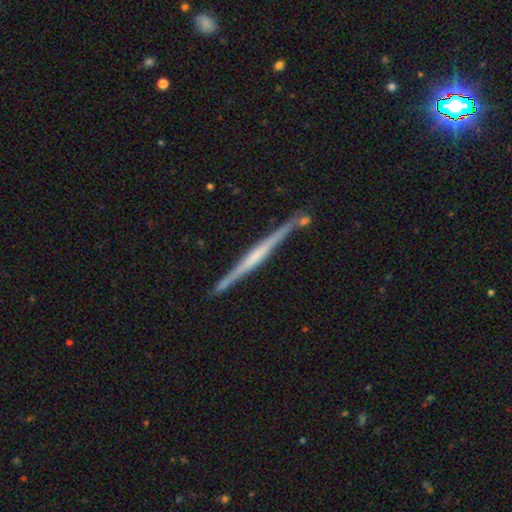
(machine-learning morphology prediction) Smooth or featured: featured or disk — 72% (smooth — 23%)
Edge-on disk: yes — 98% (no — 2%)
Edge-on bulge: none — 55% (rounded — 26%)
Merging: none — 84% (minor disturbance — 10%)